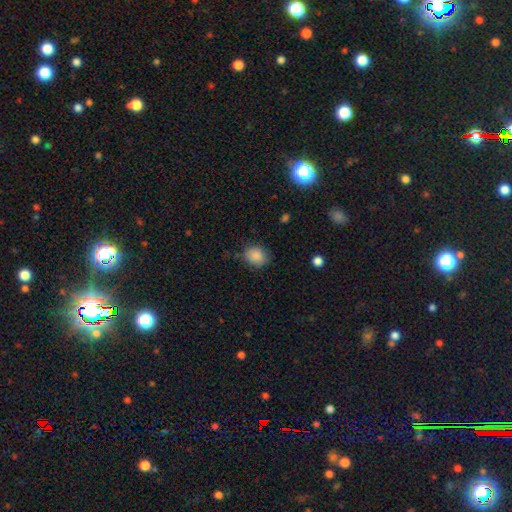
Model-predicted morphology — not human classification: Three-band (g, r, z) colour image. It shows a smooth galaxy with no disk features (87%) that is round (61%). Merging: none (75%).